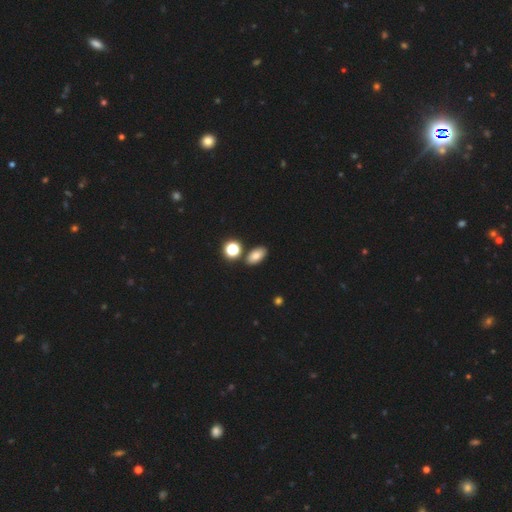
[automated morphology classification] Smooth or featured? smooth (77%)
How rounded? in between (88%)
Merging? none (82%)